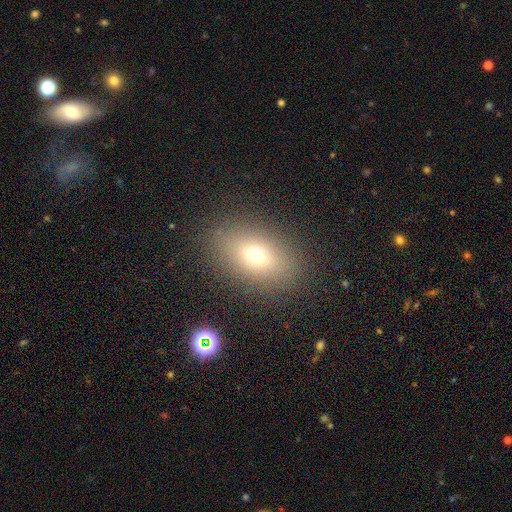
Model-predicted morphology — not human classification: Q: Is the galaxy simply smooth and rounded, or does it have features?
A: smooth — 69%.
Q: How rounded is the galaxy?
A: in between — 78%.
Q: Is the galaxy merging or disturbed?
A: none — 86%.